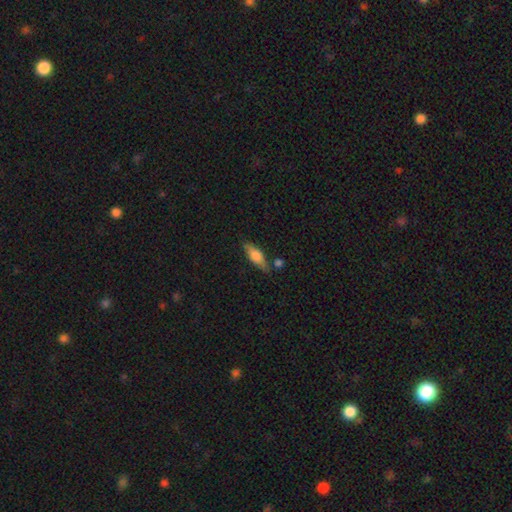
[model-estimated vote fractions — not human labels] smooth-or-featured: smooth: 63% | featured or disk: 30% | star or artifact: 7%
  how-rounded: in between: 54% | cigar-shaped: 42% | round: 3%
  merging: none: 72% | minor disturbance: 16% | merger: 8% | major disturbance: 4%